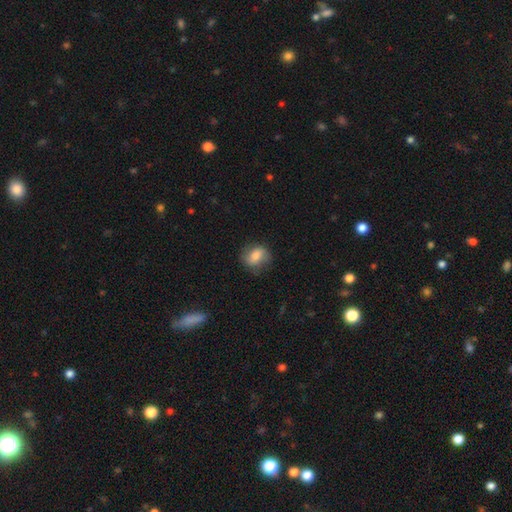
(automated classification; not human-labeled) A smooth galaxy with no disk features (70%) that is round (50%). Merging: none (72%).